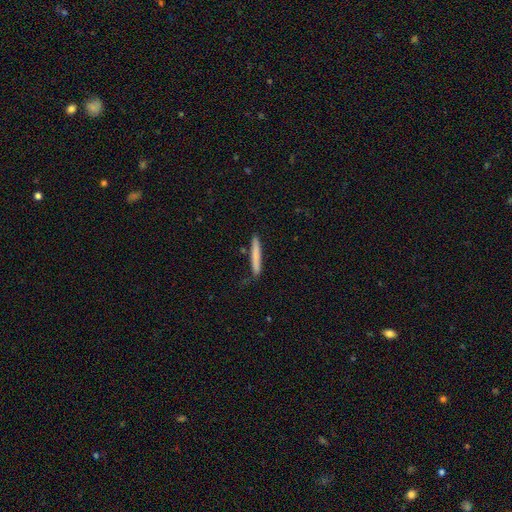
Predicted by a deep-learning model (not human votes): A smooth galaxy with no disk features (75%) that is cigar-shaped (96%). Merging: none (78%).